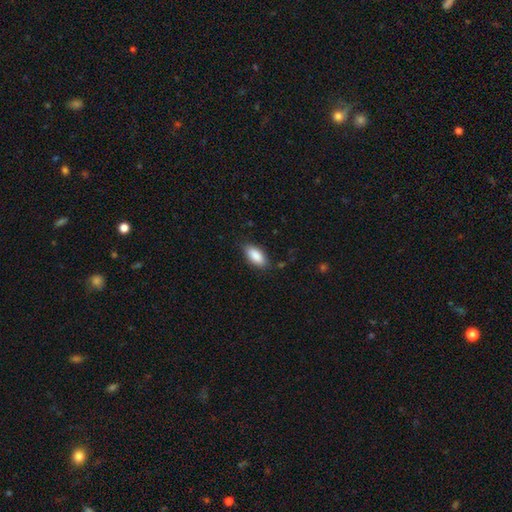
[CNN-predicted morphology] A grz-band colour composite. It shows a smooth galaxy with no disk features (88%) that is in between round and cigar-shaped (88%). Merging: none (82%).